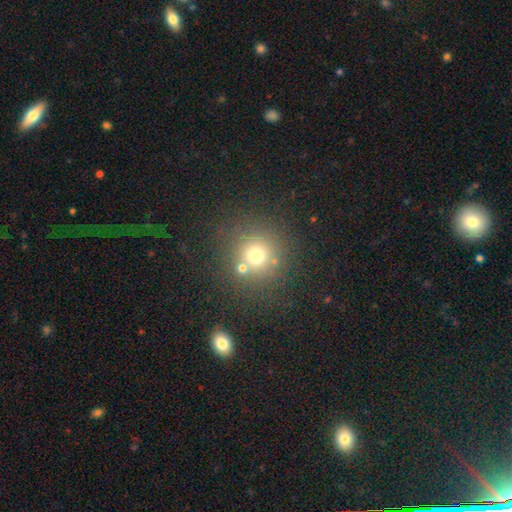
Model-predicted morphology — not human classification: smooth_or_featured: smooth (p=0.68) [alt: star or artifact p=0.20]
how_rounded: round (p=0.93) [alt: in between p=0.06]
merging: none (p=0.73) [alt: merger p=0.14]